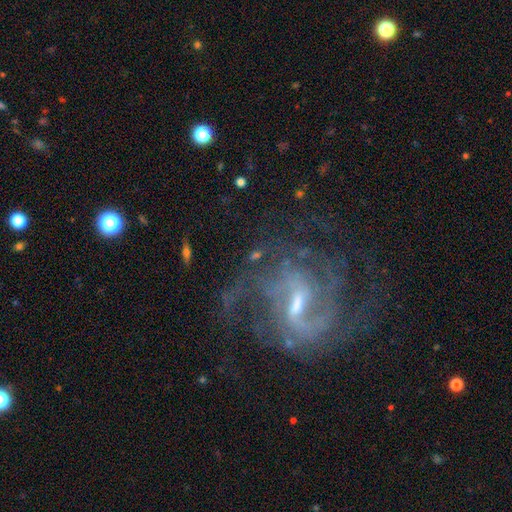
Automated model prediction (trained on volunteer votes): smooth-or-featured: featured or disk: 80% | star or artifact: 11% | smooth: 9%
  disk-edge-on: no: 96% | yes: 4%
    bar: weak: 50% | strong: 32% | no: 18%
    has-spiral-arms: yes: 89% | no: 11%
      spiral-winding: medium: 45% | tight: 29% | loose: 26%
      spiral-arm-count: 2: 39% | can't tell: 26% | 3: 14% | 4: 8% | 1: 7% | more than 4: 6%
    bulge-size: small: 44% | moderate: 40% | none: 10% | large: 5% | dominant: 1%
  merging: none: 58% | major disturbance: 22% | minor disturbance: 16% | merger: 4%